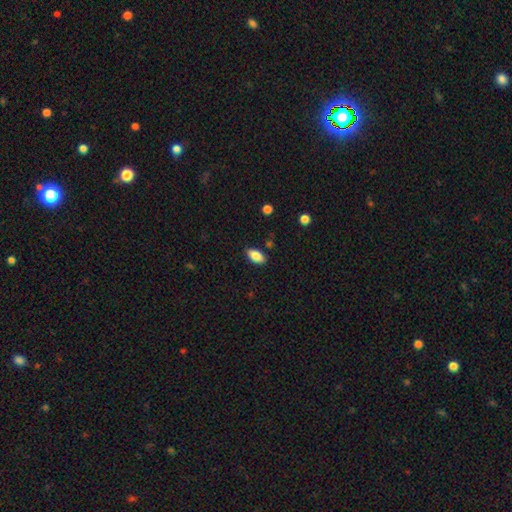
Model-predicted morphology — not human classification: Smooth or featured? smooth (85%)
How rounded? in between (92%)
Merging? none (87%)